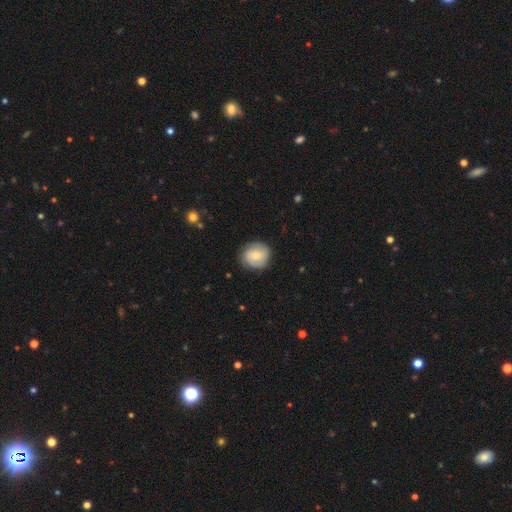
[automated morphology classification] smooth_or_featured: smooth (p=0.55) [alt: featured or disk p=0.38]
how_rounded: round (p=0.87) [alt: in between p=0.12]
merging: none (p=0.79) [alt: minor disturbance p=0.16]